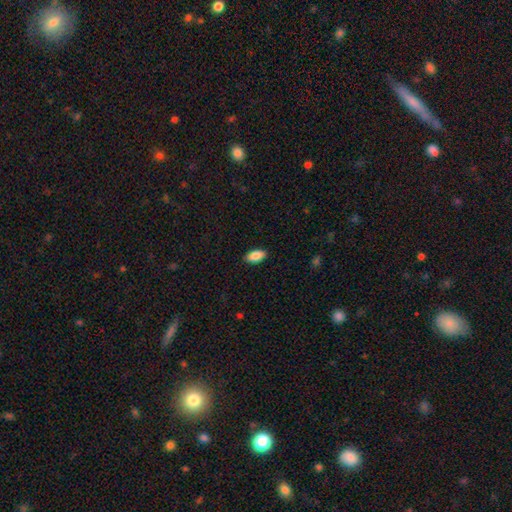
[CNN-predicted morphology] smooth-or-featured: smooth: 88% | star or artifact: 7% | featured or disk: 6%
  how-rounded: in between: 93% | cigar-shaped: 5% | round: 3%
  merging: none: 89% | minor disturbance: 8% | major disturbance: 2% | merger: 1%